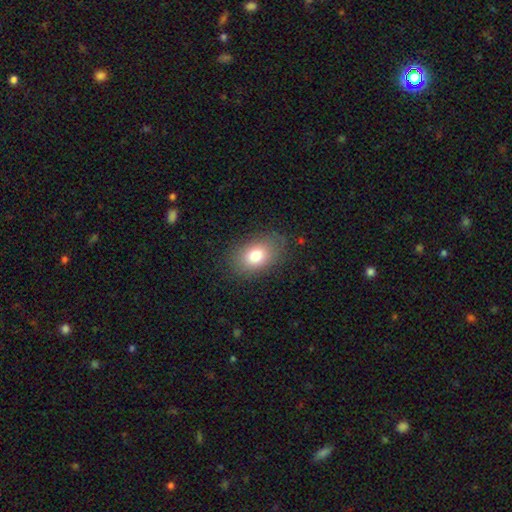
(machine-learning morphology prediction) smooth 78%, featured or disk 12%, star or artifact 11%. Down the decision tree: how rounded — in between (80%); merging — none (83%).